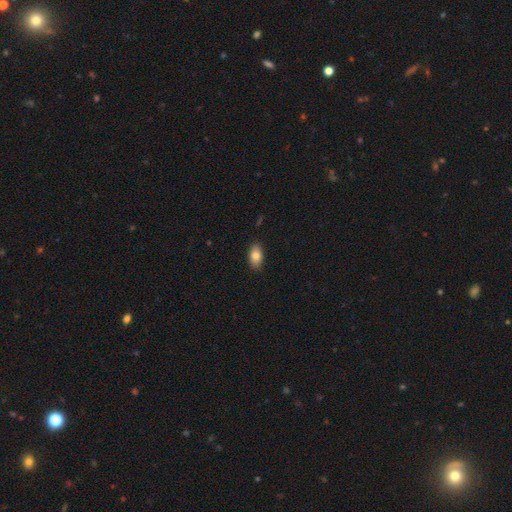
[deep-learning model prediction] A smooth galaxy with no disk features (83%) that is in between round and cigar-shaped (91%). Merging: none (87%).